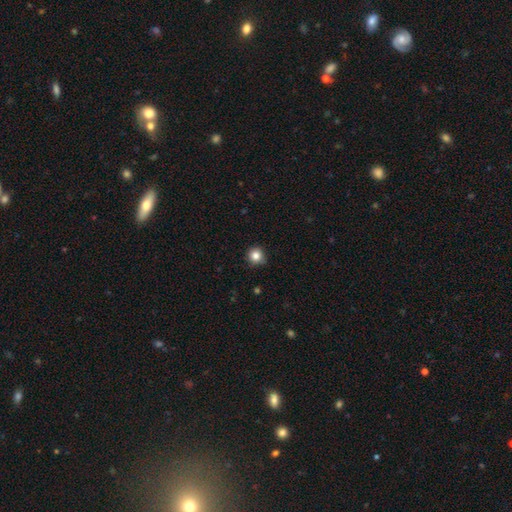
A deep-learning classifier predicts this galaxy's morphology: smooth 83%, star or artifact 12%, featured or disk 5%. Down the decision tree: how rounded — round (94%); merging — none (86%).